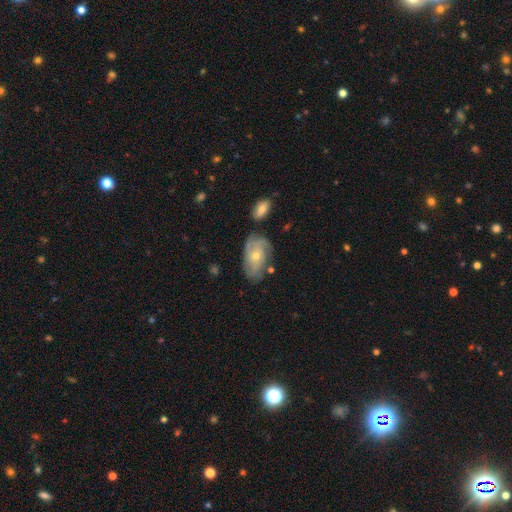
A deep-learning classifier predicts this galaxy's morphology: smooth_or_featured: featured or disk (p=0.64) [alt: smooth p=0.28]
disk_edge_on: no (p=0.94) [alt: yes p=0.06]
bar: no (p=0.78) [alt: weak p=0.19]
has_spiral_arms: yes (p=0.80) [alt: no p=0.20]
bulge_size: small (p=0.57) [alt: moderate p=0.40]
merging: none (p=0.64) [alt: minor disturbance p=0.23]